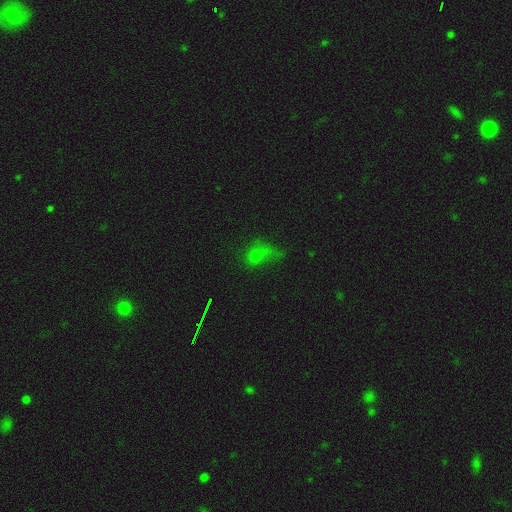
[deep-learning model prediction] Morphology: type=smooth (50%); roundness=round (56%); merging=none (41%).